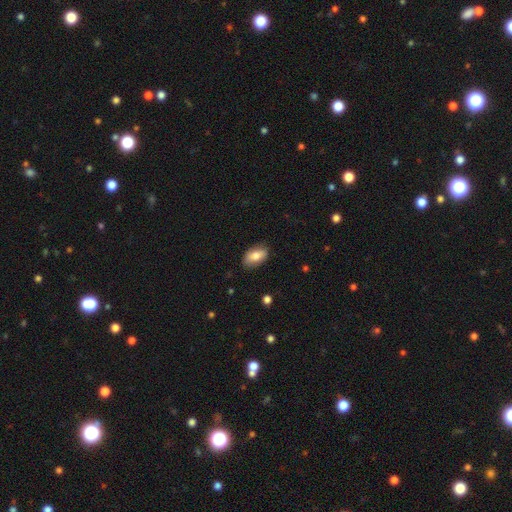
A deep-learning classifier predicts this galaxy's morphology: A smooth galaxy with no disk features (76%) that is in between round and cigar-shaped (92%). Merging: none (80%).